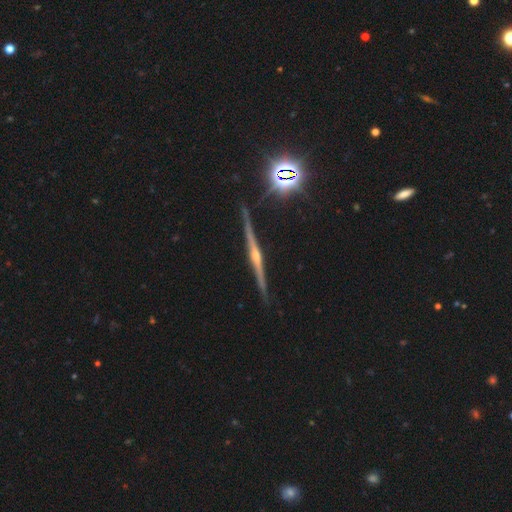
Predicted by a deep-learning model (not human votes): Smooth or featured? Predicted: featured or disk (p=0.80). Edge-on disk? Predicted: yes (p=0.98). Edge-on bulge? Predicted: rounded (p=0.82). Merging? Predicted: none (p=0.89).